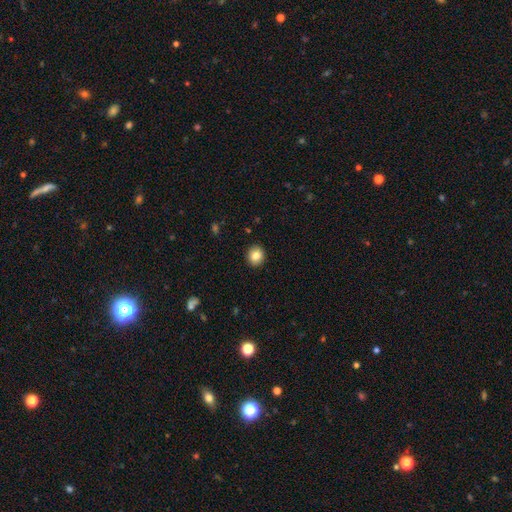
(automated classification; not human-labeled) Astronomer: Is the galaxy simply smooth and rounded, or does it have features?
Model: smooth — 84%.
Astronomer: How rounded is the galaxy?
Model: round — 84%.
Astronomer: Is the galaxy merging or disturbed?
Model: none — 92%.